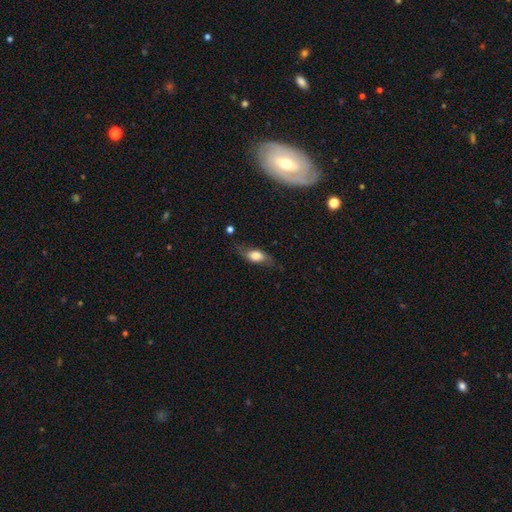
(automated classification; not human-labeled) Morphology: type=smooth (56%); roundness=in between (77%); merging=none (60%).